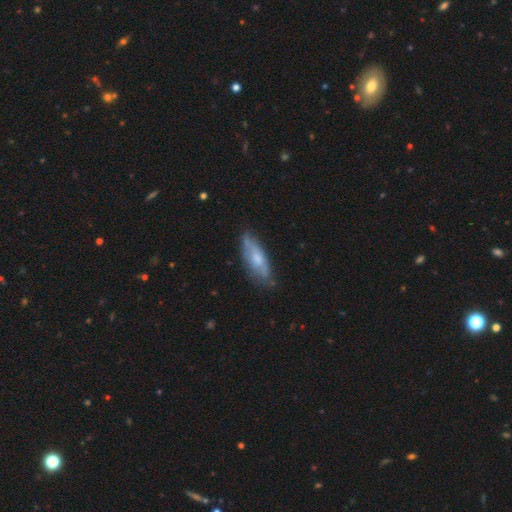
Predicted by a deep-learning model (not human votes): smooth_or_featured: featured or disk (p=0.49) [alt: smooth p=0.44]
merging: none (p=0.70) [alt: minor disturbance p=0.23]